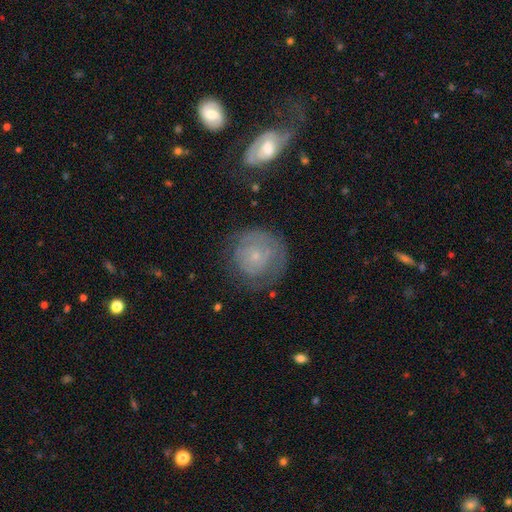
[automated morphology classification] featured or disk 55%, smooth 37%, star or artifact 8%. Down the decision tree: edge-on disk — no (97%); bar — no (83%); spiral arms — yes (70%); bulge size — small (79%); merging — none (65%).